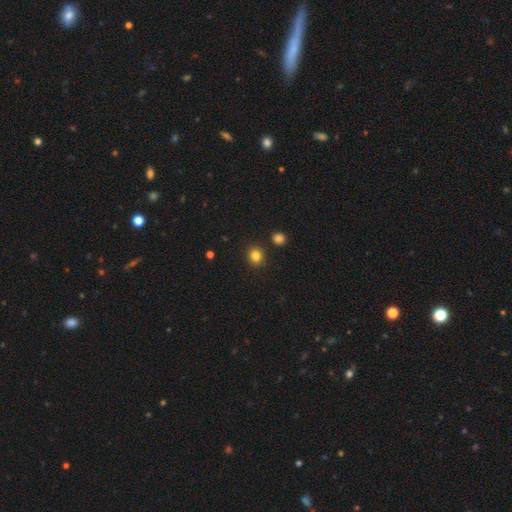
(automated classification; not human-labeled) Smooth or featured? Predicted: smooth (p=0.83). How rounded? Predicted: round (p=0.82). Merging? Predicted: none (p=0.89).